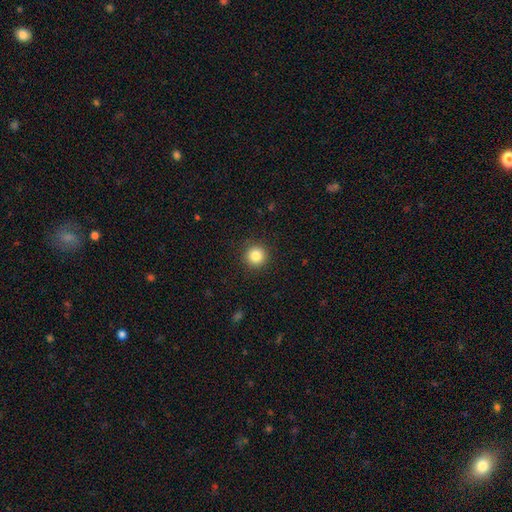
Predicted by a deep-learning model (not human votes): Smooth or featured: smooth — 85% (star or artifact — 11%)
How rounded: round — 95% (in between — 4%)
Merging: none — 92% (minor disturbance — 5%)